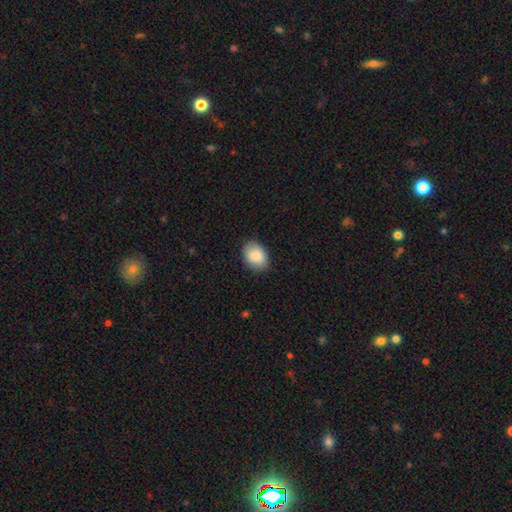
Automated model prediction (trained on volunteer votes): This appears to be a smooth galaxy with no disk features (88%) that is in between round and cigar-shaped (74%). Merging: none (85%).